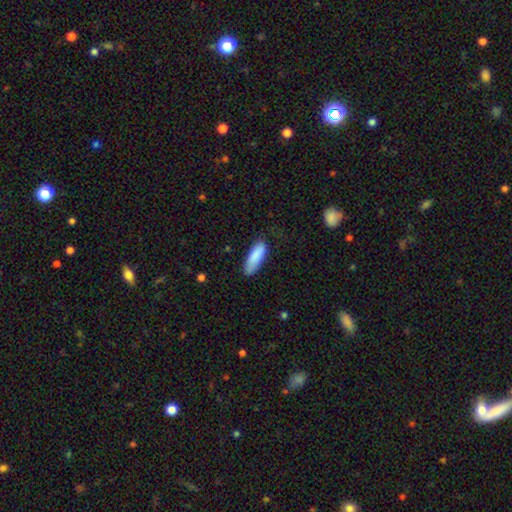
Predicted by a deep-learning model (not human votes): Overall: smooth (87%). How rounded: in between (56%; cigar-shaped 43%). Merging: none (70%).